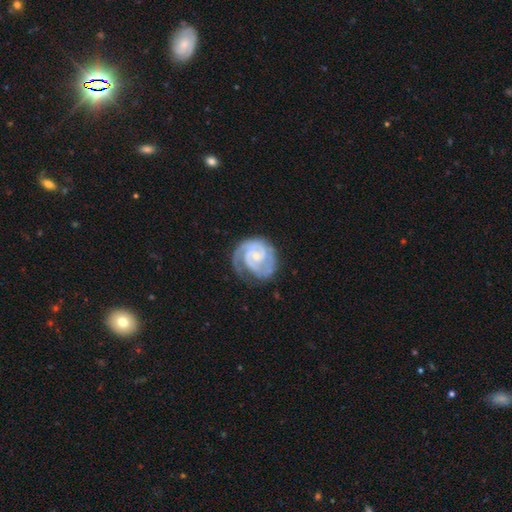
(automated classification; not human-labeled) Overall: featured or disk (90%). Edge-on disk: no (98%). Bar: no (64%; weak 29%). Spiral arms: yes (98%). Spiral arm count: 2 (63%). Spiral winding: tight (65%; medium 30%). Bulge size: small (70%). Merging: none (66%).